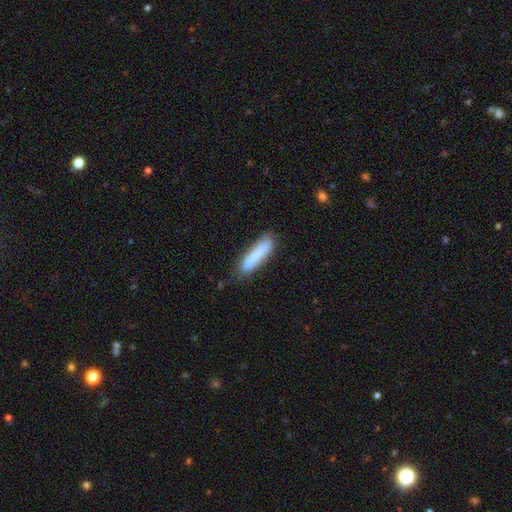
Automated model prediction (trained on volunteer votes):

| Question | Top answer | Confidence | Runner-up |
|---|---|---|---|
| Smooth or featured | smooth | 80% | featured or disk (14%) |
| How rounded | cigar-shaped | 88% | in between (11%) |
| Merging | none | 79% | minor disturbance (16%) |